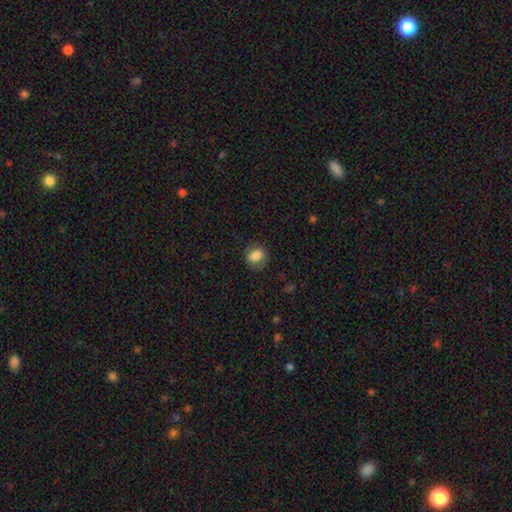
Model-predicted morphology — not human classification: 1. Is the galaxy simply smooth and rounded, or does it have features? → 83% smooth, 9% star or artifact, 8% featured or disk.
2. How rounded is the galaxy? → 65% round, 34% in between, 1% cigar-shaped.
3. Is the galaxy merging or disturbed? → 78% none, 16% minor disturbance, 5% major disturbance, 1% merger.